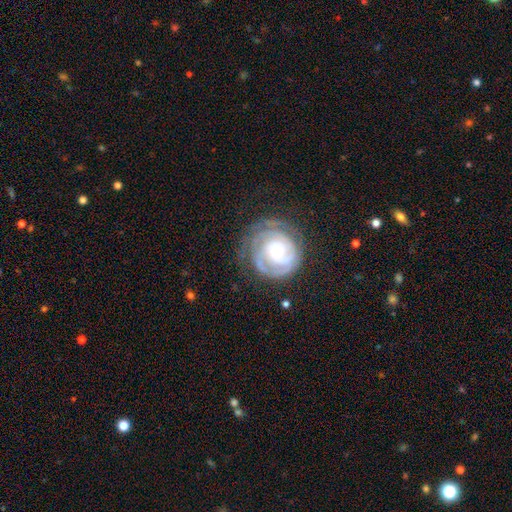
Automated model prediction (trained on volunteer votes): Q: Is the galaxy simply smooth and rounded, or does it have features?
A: featured or disk — 64%.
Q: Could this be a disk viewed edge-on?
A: no — 96%.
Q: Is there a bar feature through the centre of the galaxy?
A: no — 68%.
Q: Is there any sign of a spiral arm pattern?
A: yes — 76%.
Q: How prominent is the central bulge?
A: moderate — 61%.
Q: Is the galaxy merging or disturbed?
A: none — 72%.